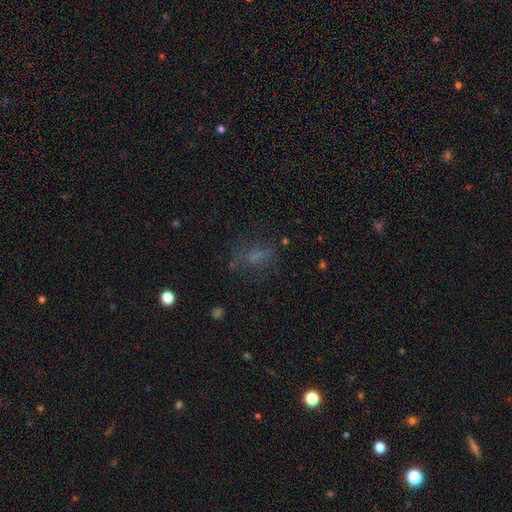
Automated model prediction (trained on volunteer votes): A smooth galaxy with no disk features (54%) that is in between round and cigar-shaped (73%).

Vote fractions:
- Smooth or featured? smooth: 54% / star or artifact: 23% / featured or disk: 22%
- How rounded? in between: 73% / round: 16% / cigar-shaped: 11%
- Merging? none: 60% / minor disturbance: 20% / major disturbance: 18% / merger: 3%